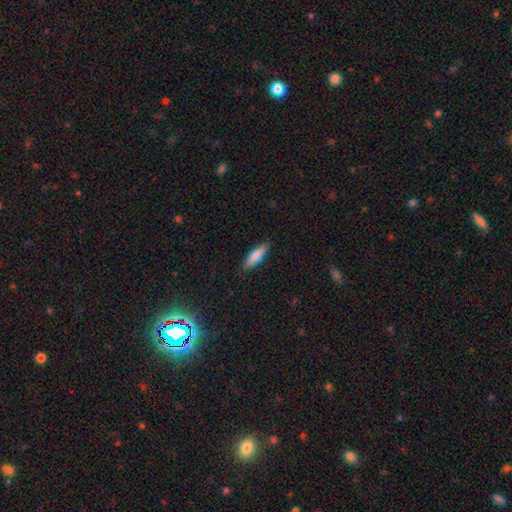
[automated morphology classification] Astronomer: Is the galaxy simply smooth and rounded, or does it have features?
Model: smooth — 78%.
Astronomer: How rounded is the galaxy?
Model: cigar-shaped — 62%.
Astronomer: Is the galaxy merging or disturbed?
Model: none — 86%.